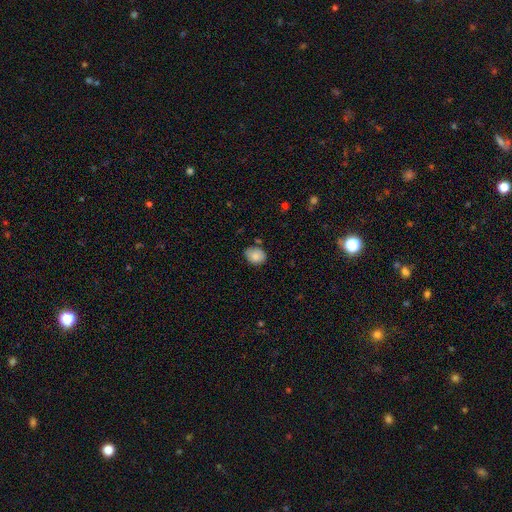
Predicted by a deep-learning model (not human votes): Smooth or featured? Predicted: smooth (p=0.85). How rounded? Predicted: round (p=0.52). Merging? Predicted: none (p=0.72).